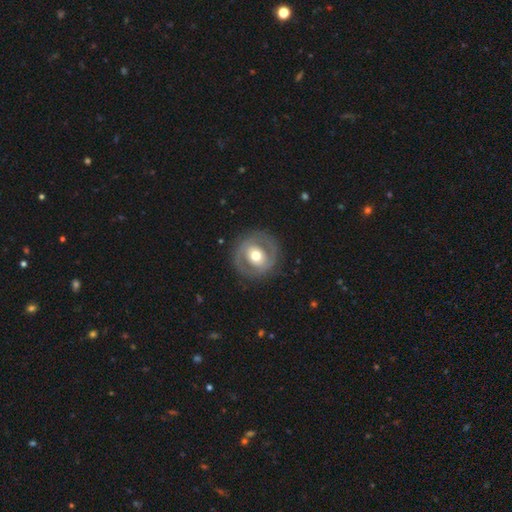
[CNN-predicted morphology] Smooth or featured? featured or disk (58%)
Edge-on disk? no (96%)
Bar? no (60%)
Spiral arms? no (62%)
Bulge size? moderate (70%)
Merging? none (83%)